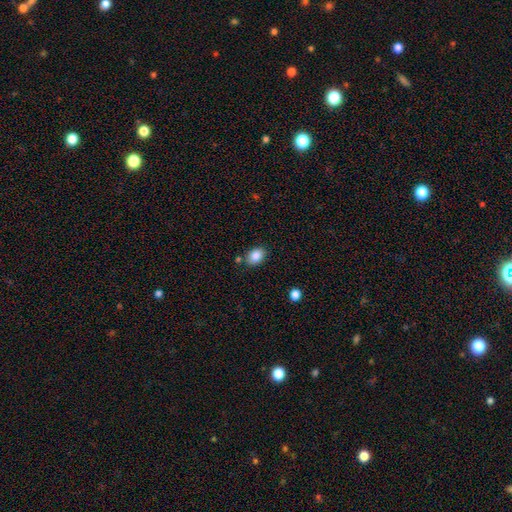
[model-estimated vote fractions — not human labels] A smooth galaxy with no disk features (87%) that is in between round and cigar-shaped (73%).

Vote fractions:
- Smooth or featured? smooth: 87% / star or artifact: 8% / featured or disk: 5%
- How rounded? in between: 73% / round: 26% / cigar-shaped: 1%
- Merging? none: 79% / minor disturbance: 13% / merger: 5% / major disturbance: 3%